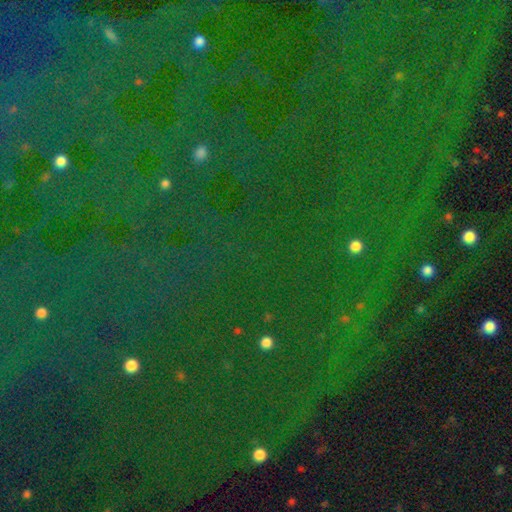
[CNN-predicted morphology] This appears to be a star or artifact, not a galaxy (82%).